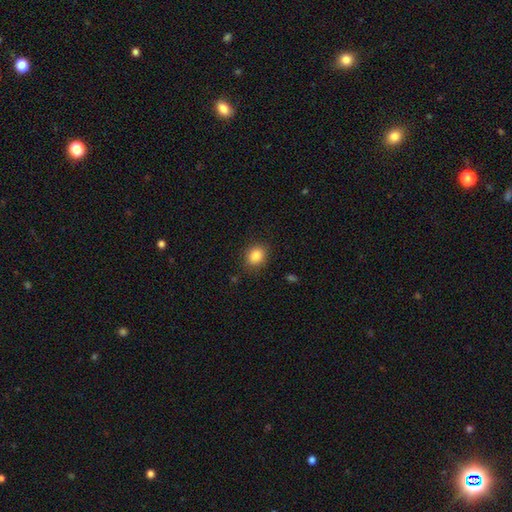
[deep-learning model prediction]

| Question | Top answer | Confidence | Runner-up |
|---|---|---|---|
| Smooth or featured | smooth | 85% | star or artifact (10%) |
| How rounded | round | 60% | in between (39%) |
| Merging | none | 86% | minor disturbance (10%) |